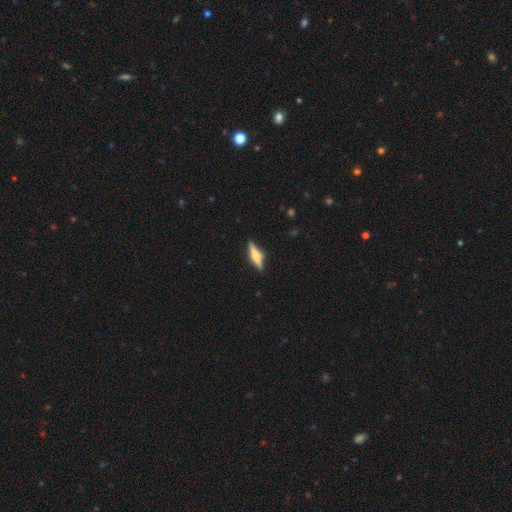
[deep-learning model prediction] Smooth or featured? Predicted: featured or disk (p=0.61). Edge-on disk? Predicted: yes (p=0.97). Edge-on bulge? Predicted: rounded (p=0.80). Merging? Predicted: none (p=0.87).